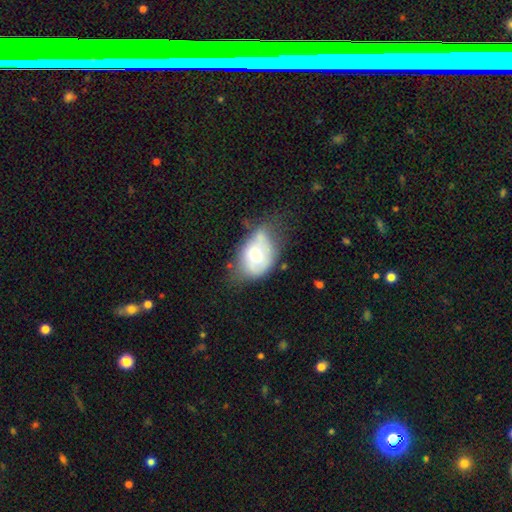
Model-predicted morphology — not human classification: A smooth galaxy with no disk features (55%) that is in between round and cigar-shaped (79%). Merging: minor disturbance (36%).